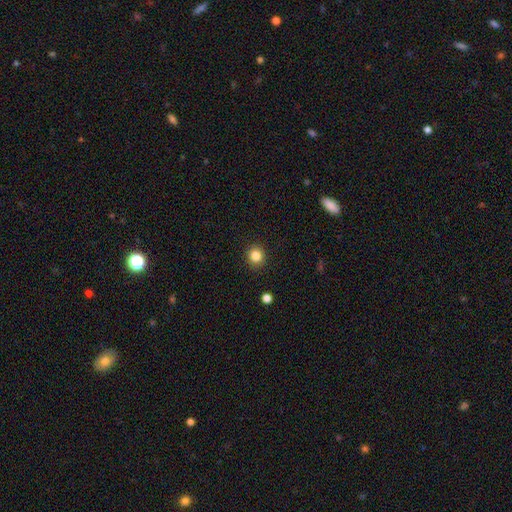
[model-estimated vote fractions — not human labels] A smooth galaxy with no disk features (84%) that is round (88%). Merging: none (91%).